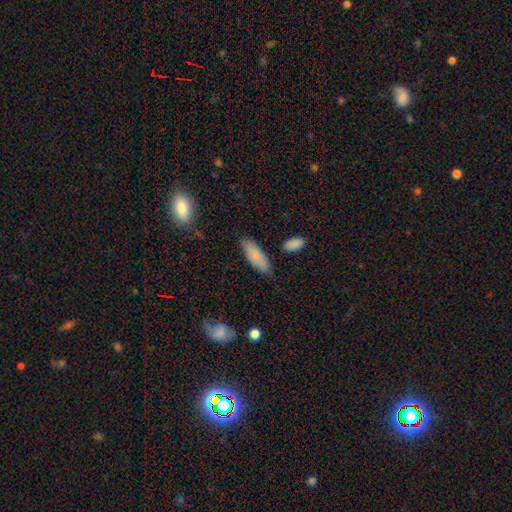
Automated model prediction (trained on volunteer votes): Q: Smooth or featured?
A: smooth (85%); runner-up: featured or disk (8%)
Q: How rounded?
A: in between (66%); runner-up: cigar-shaped (32%)
Q: Merging?
A: none (81%); runner-up: minor disturbance (13%)